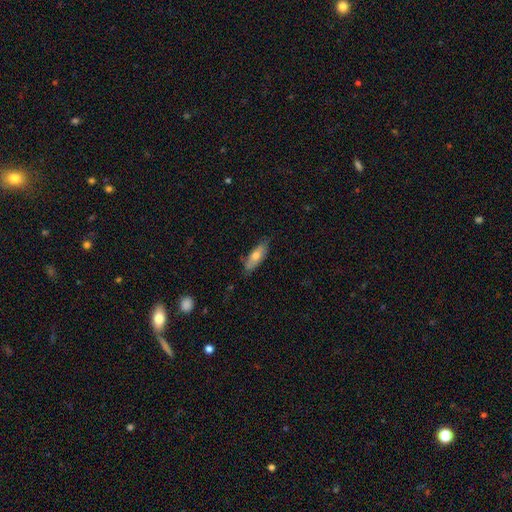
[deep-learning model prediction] smooth-or-featured: smooth: 65% | featured or disk: 29% | star or artifact: 6%
  how-rounded: in between: 55% | cigar-shaped: 43% | round: 2%
  merging: none: 78% | minor disturbance: 17% | major disturbance: 3% | merger: 2%